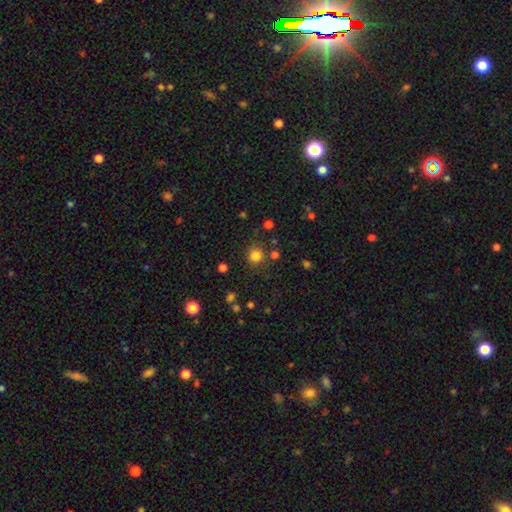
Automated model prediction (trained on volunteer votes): Smooth or featured? smooth (81%)
How rounded? round (90%)
Merging? none (80%)